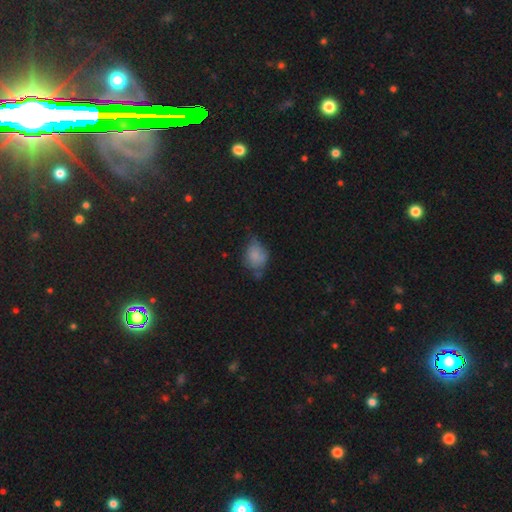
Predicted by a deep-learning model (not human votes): smooth 75%, featured or disk 15%, star or artifact 11%. Down the decision tree: how rounded — in between (57%); merging — minor disturbance (42%).